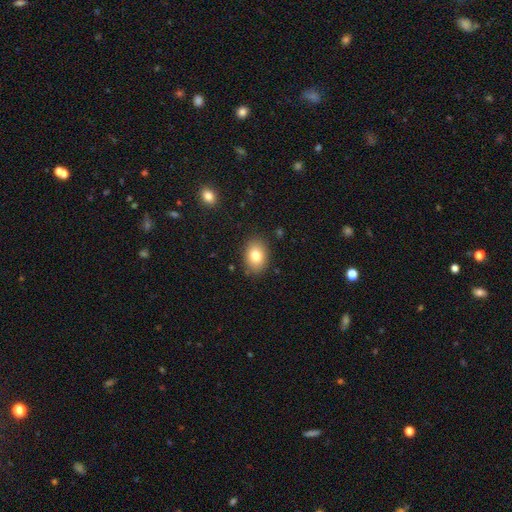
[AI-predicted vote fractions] Morphology: type=smooth (79%); roundness=in between (73%); merging=none (86%).